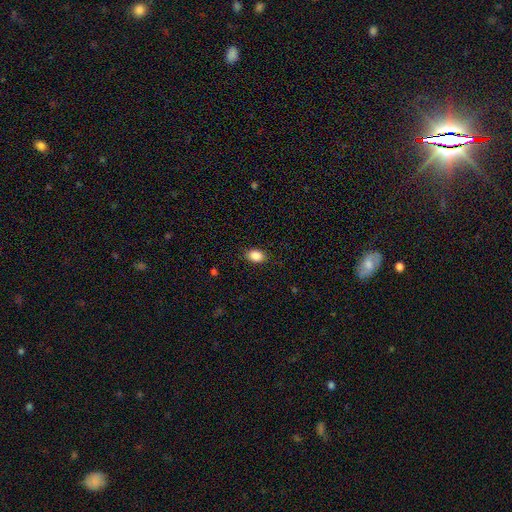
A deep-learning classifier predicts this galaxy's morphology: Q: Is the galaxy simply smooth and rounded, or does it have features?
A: smooth — 89%.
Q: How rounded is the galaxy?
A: in between — 82%.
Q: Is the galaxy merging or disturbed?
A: none — 88%.